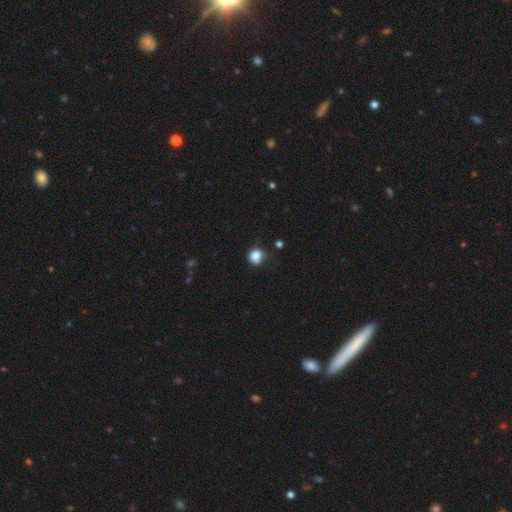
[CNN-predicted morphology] This appears to be a smooth galaxy with no disk features (80%) that is round (81%). Merging: none (55%).